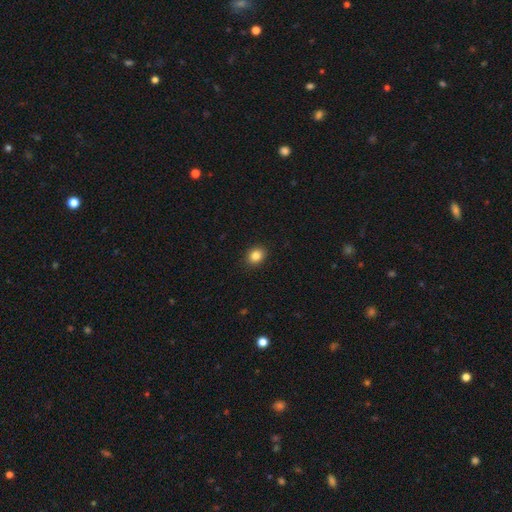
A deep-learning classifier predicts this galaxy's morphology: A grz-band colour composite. It shows a smooth galaxy with no disk features (85%) that is round (50%). Merging: none (91%).